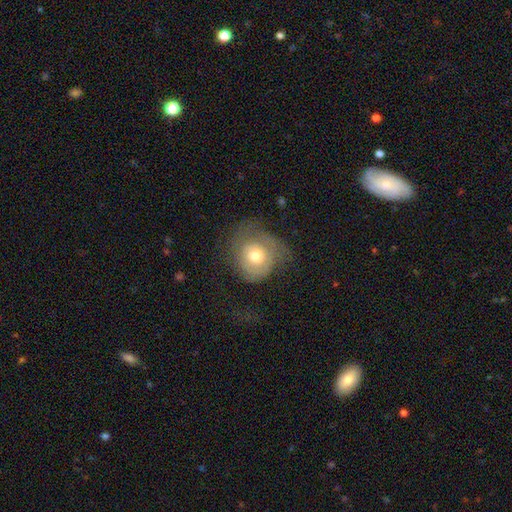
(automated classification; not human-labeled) This appears to be a smooth galaxy with no disk features (59%) that is round (78%). Merging: none (43%).